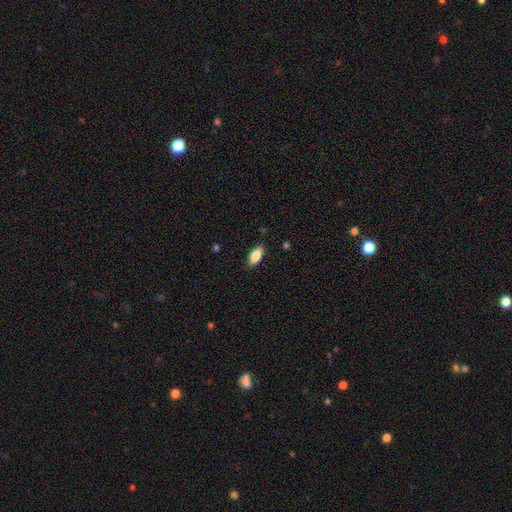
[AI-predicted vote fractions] The model was most divided on "how rounded": in between: 86%, cigar-shaped: 12%, round: 2%. More confident: merging — none (87%); smooth or featured — smooth (84%).